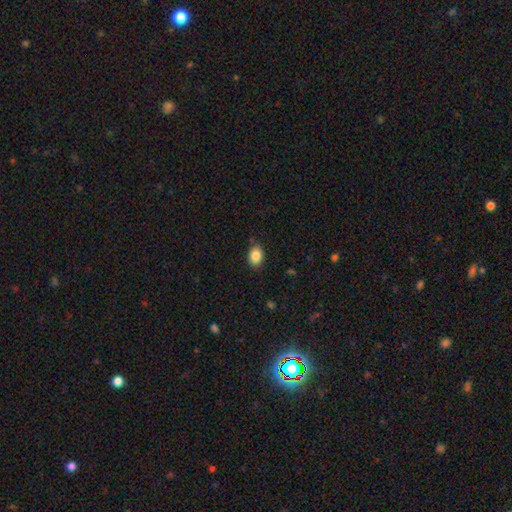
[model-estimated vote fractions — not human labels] A smooth galaxy with no disk features (86%) that is in between round and cigar-shaped (73%).

Vote fractions:
- Smooth or featured? smooth: 86% / star or artifact: 8% / featured or disk: 6%
- How rounded? in between: 73% / round: 26% / cigar-shaped: 1%
- Merging? none: 84% / minor disturbance: 12% / major disturbance: 2% / merger: 2%